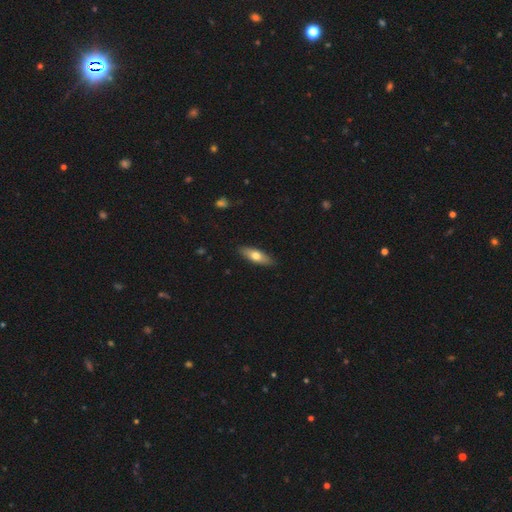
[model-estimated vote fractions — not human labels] A smooth galaxy with no disk features (63%) that is in between round and cigar-shaped (56%).

Vote fractions:
- Smooth or featured? smooth: 63% / featured or disk: 31% / star or artifact: 6%
- How rounded? in between: 56% / cigar-shaped: 42% / round: 3%
- Merging? none: 88% / minor disturbance: 9% / major disturbance: 2% / merger: 1%